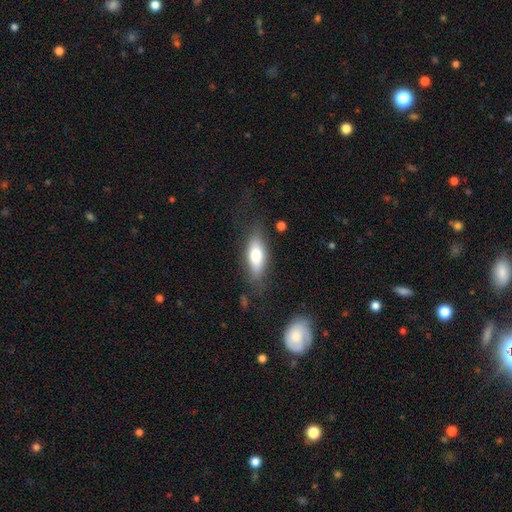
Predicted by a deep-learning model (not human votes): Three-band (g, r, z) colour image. It shows a smooth galaxy with no disk features (72%) that is in between round and cigar-shaped (71%). Merging: none (74%).